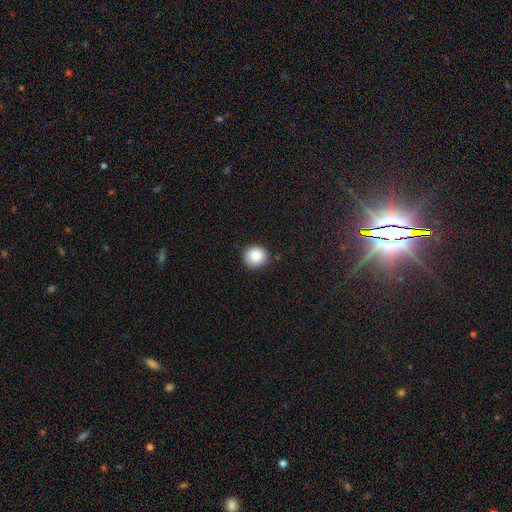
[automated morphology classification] type=smooth (87%); roundness=round (91%); merging=none (90%).